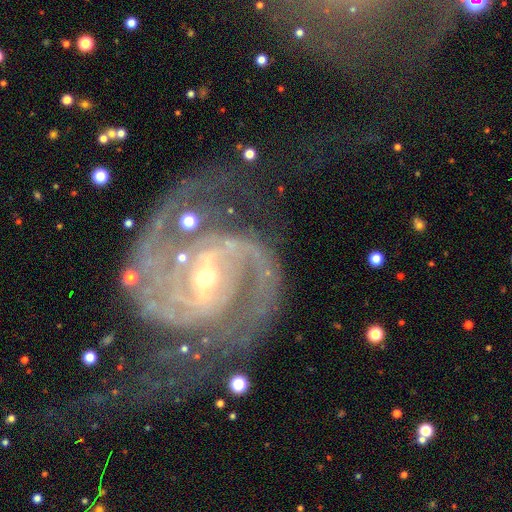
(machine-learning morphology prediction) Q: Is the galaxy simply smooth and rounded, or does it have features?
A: featured or disk — 92%.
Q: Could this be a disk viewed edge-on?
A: no — 98%.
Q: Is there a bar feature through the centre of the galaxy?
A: weak — 40%, tied with strong.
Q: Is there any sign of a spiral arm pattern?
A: yes — 98%.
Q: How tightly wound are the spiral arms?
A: medium — 54%.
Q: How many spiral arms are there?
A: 2 — 88%.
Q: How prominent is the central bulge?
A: small — 63%.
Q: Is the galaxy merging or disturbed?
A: none — 51%.